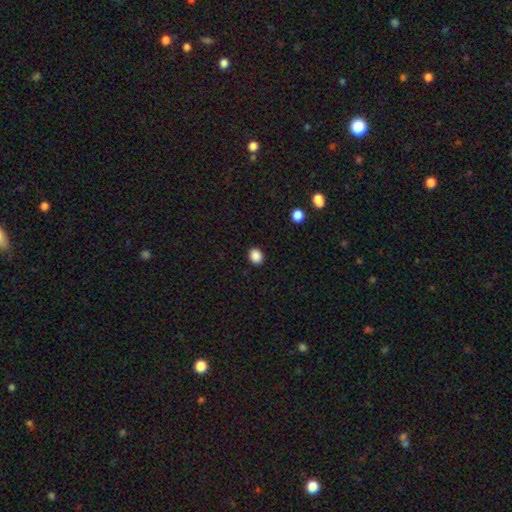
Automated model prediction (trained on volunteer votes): Overall: smooth (88%). How rounded: round (55%; in between 44%). Merging: none (91%).